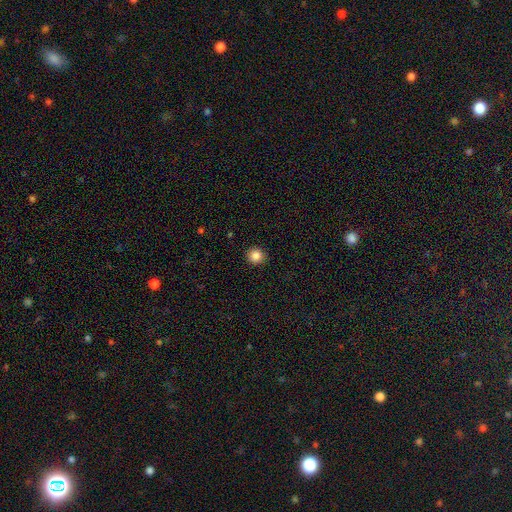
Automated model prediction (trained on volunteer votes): Smooth or featured: smooth — 85% (star or artifact — 11%)
How rounded: round — 93% (in between — 6%)
Merging: none — 93% (minor disturbance — 5%)